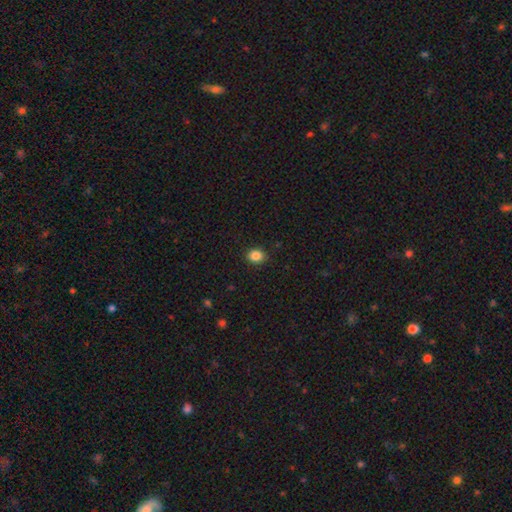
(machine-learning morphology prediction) A smooth galaxy with no disk features (85%) that is round (64%).

Vote fractions:
- Smooth or featured? smooth: 85% / star or artifact: 11% / featured or disk: 4%
- How rounded? round: 64% / in between: 35% / cigar-shaped: 1%
- Merging? none: 90% / minor disturbance: 7% / major disturbance: 2% / merger: 1%